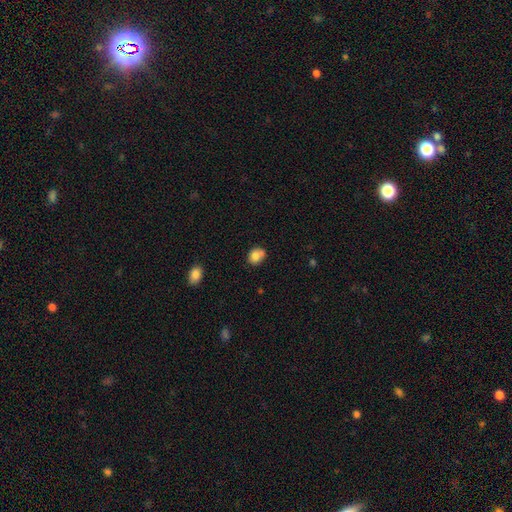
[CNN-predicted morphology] Smooth or featured? Predicted: smooth (p=0.79). How rounded? Predicted: round (p=0.55). Merging? Predicted: none (p=0.54).